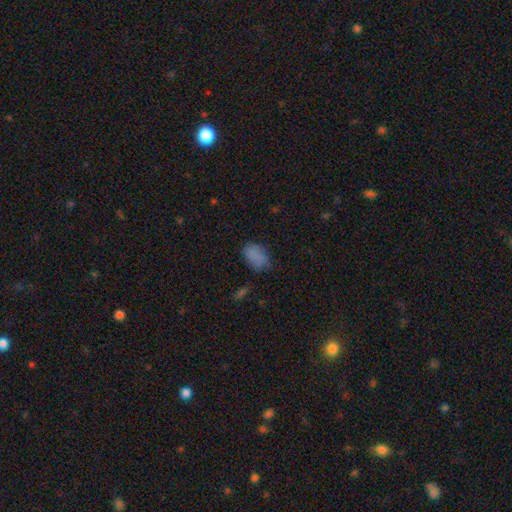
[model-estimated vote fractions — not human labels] Smooth or featured? smooth (81%)
How rounded? in between (86%)
Merging? none (62%)